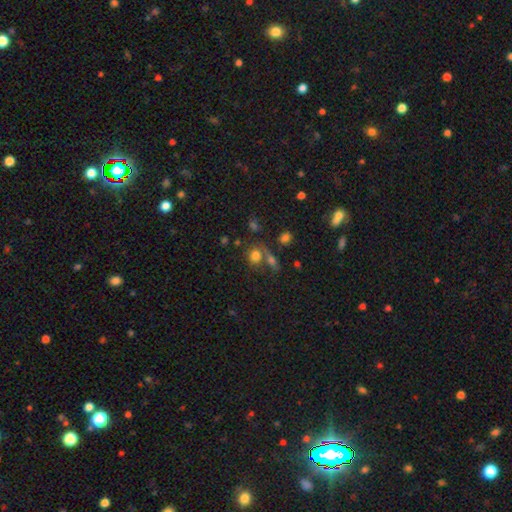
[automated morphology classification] A smooth galaxy with no disk features (75%) that is round (60%).

Vote fractions:
- Smooth or featured? smooth: 75% / star or artifact: 14% / featured or disk: 11%
- How rounded? round: 60% / in between: 38% / cigar-shaped: 2%
- Merging? none: 48% / merger: 33% / minor disturbance: 12% / major disturbance: 7%